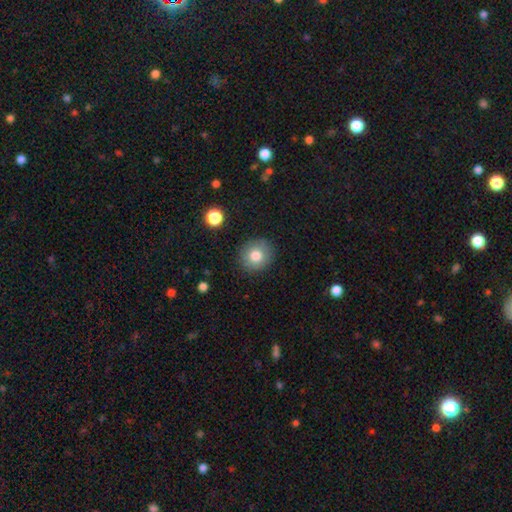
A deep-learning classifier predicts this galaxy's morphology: A smooth galaxy with no disk features (79%) that is round (85%).

Vote fractions:
- Smooth or featured? smooth: 79% / featured or disk: 11% / star or artifact: 10%
- How rounded? round: 85% / in between: 14% / cigar-shaped: 1%
- Merging? none: 88% / minor disturbance: 8% / major disturbance: 2% / merger: 1%